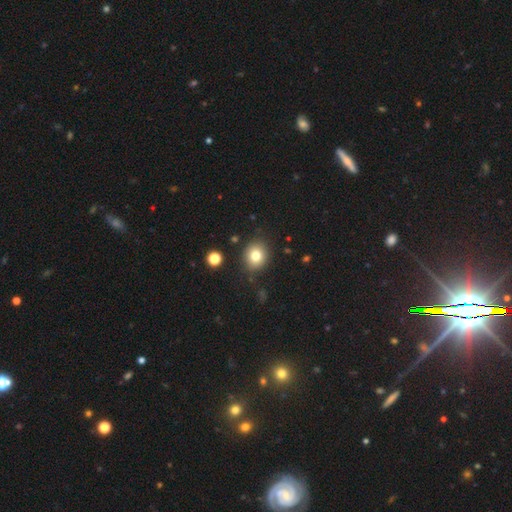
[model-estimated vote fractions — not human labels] Smooth or featured?
  - smooth: 79% *
  - star or artifact: 12%
  - featured or disk: 9%
How rounded?
  - round: 71% *
  - in between: 28%
  - cigar-shaped: 1%
Merging?
  - none: 86% *
  - minor disturbance: 9%
  - major disturbance: 3%
  - merger: 2%